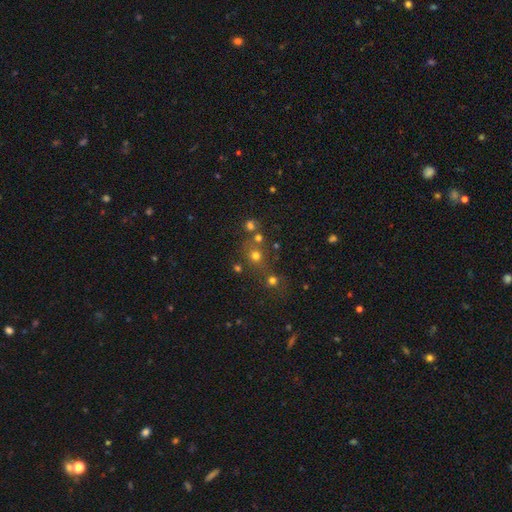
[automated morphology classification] Smooth or featured? smooth (65%)
How rounded? round (87%)
Merging? none (63%)